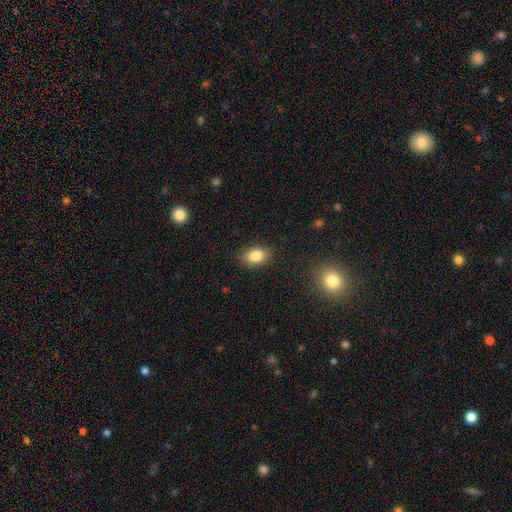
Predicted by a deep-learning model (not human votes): Smooth or featured: smooth — 84% (star or artifact — 9%)
How rounded: in between — 83% (round — 16%)
Merging: none — 86% (minor disturbance — 10%)